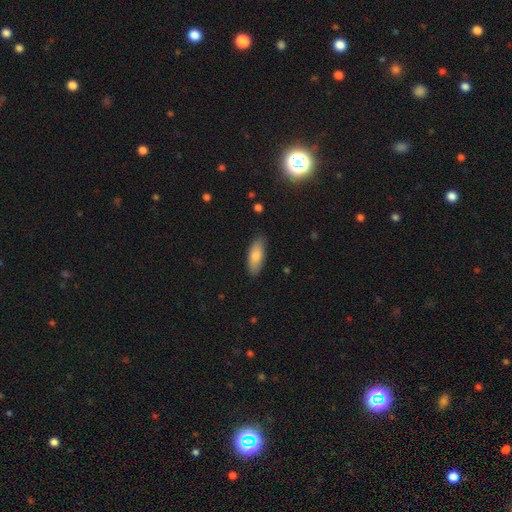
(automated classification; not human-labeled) smooth 82%, featured or disk 13%, star or artifact 6%. Down the decision tree: how rounded — in between (78%); merging — none (85%).